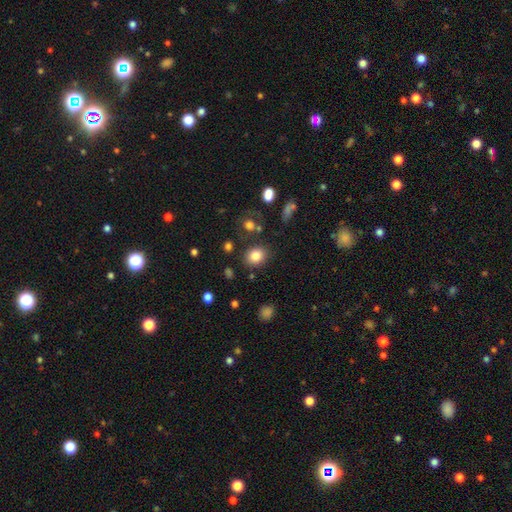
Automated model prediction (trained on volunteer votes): Smooth or featured: smooth — 82% (star or artifact — 11%)
How rounded: round — 61% (in between — 39%)
Merging: none — 83% (minor disturbance — 10%)